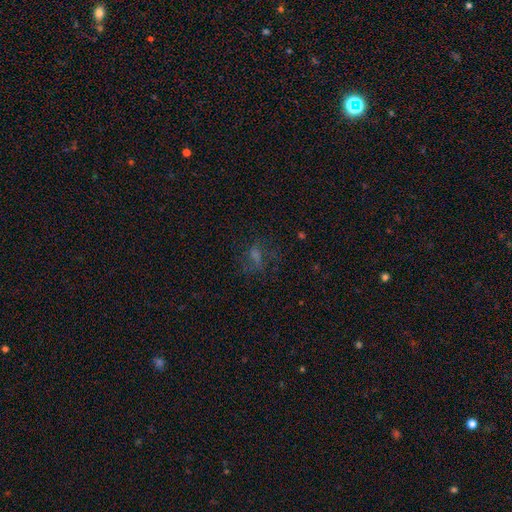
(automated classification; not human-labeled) A smooth galaxy with no disk features (38%).

Vote fractions:
- Smooth or featured? smooth: 38% / star or artifact: 32% / featured or disk: 30%
- Merging? none: 59% / major disturbance: 21% / minor disturbance: 18% / merger: 2%